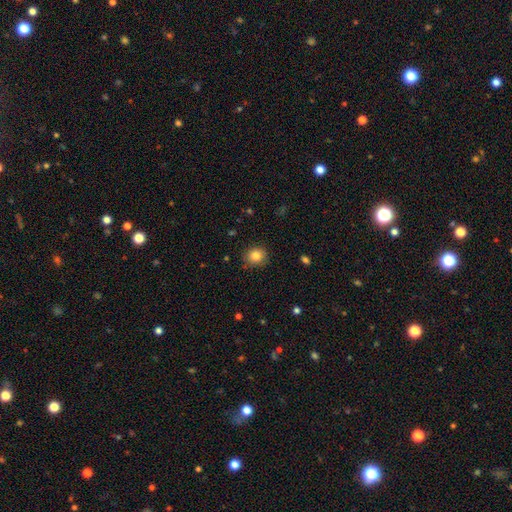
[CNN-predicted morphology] Q: Smooth or featured?
A: smooth (83%); runner-up: star or artifact (10%)
Q: How rounded?
A: round (82%); runner-up: in between (18%)
Q: Merging?
A: none (87%); runner-up: minor disturbance (9%)